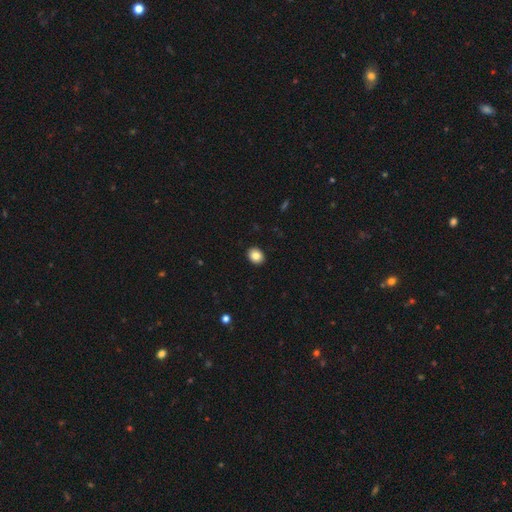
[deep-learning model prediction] Overall: smooth (85%). How rounded: round (54%; in between 46%). Merging: none (92%).